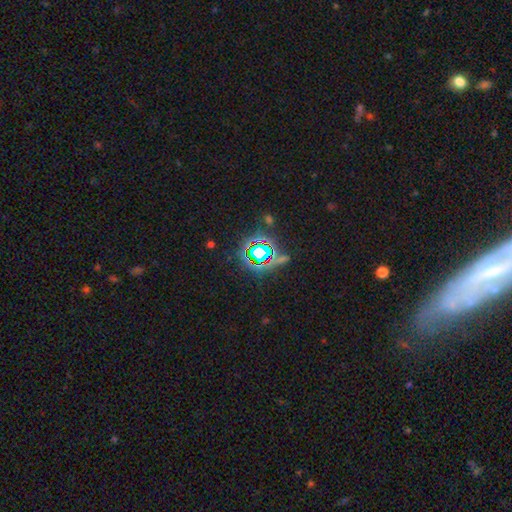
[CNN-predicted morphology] Q: Smooth or featured?
A: star or artifact (77%); runner-up: smooth (13%)